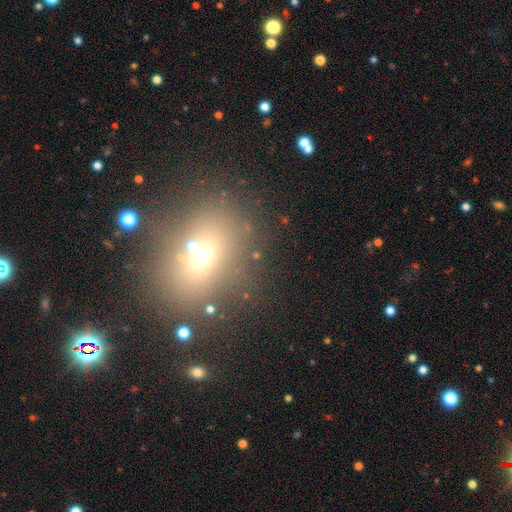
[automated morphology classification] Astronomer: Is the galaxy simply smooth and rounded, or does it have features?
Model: smooth — 56%.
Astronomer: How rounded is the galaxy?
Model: round — 50% (runner-up: in between, 47%).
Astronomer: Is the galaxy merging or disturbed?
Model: none — 71%.